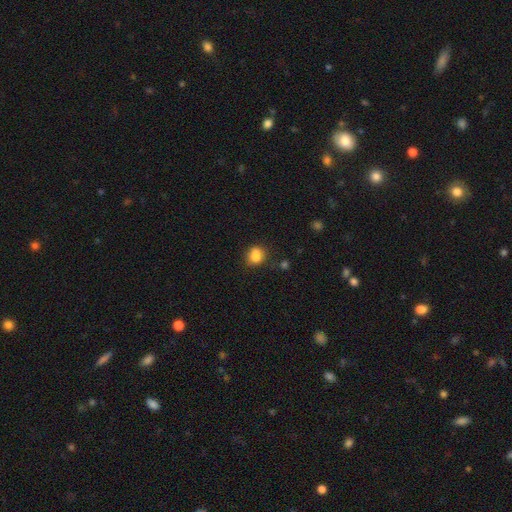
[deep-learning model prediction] Morphology: type=smooth (84%); roundness=round (53%); merging=none (70%).